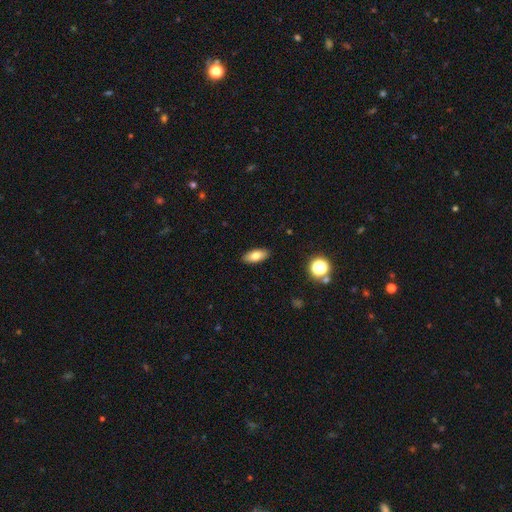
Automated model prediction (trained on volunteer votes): smooth-or-featured: smooth: 79% | featured or disk: 13% | star or artifact: 8%
  how-rounded: in between: 84% | cigar-shaped: 12% | round: 4%
  merging: none: 89% | minor disturbance: 8% | major disturbance: 2% | merger: 1%